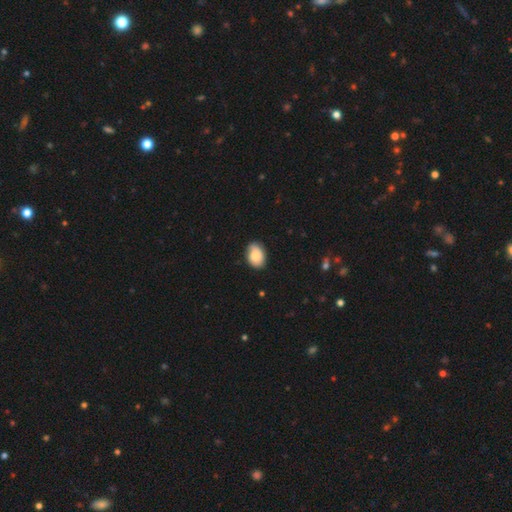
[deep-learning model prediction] Smooth or featured? smooth (83%)
How rounded? in between (81%)
Merging? none (77%)